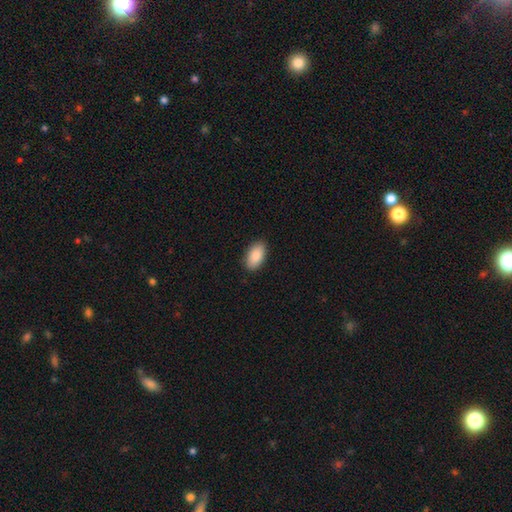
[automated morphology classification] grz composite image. It shows a smooth galaxy with no disk features (90%) that is in between round and cigar-shaped (94%). Merging: none (89%).